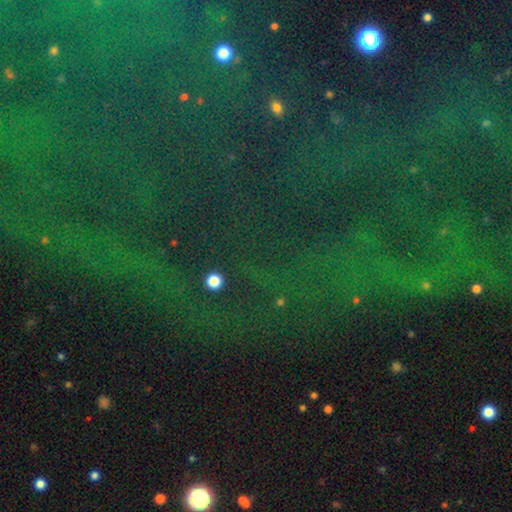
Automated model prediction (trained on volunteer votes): smooth_or_featured: star or artifact (p=0.79) [alt: featured or disk p=0.11]